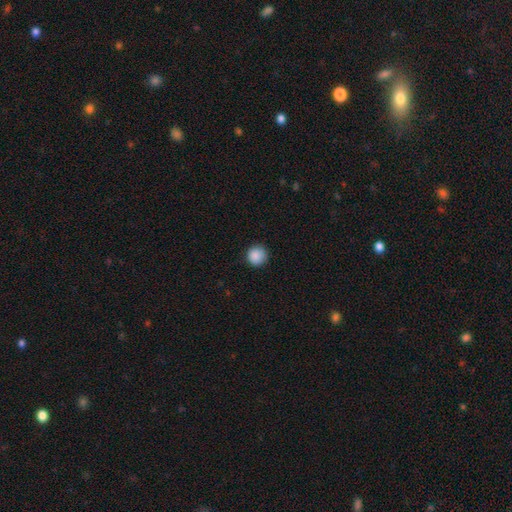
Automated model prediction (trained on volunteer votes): Smooth or featured: smooth — 88% (star or artifact — 9%)
How rounded: round — 94% (in between — 5%)
Merging: none — 88% (minor disturbance — 9%)